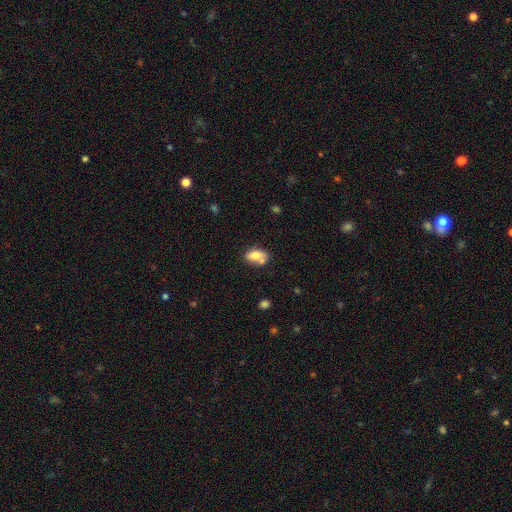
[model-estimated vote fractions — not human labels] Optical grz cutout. It shows a smooth galaxy with no disk features (70%) that is in between round and cigar-shaped (86%). Merging: none (49%).